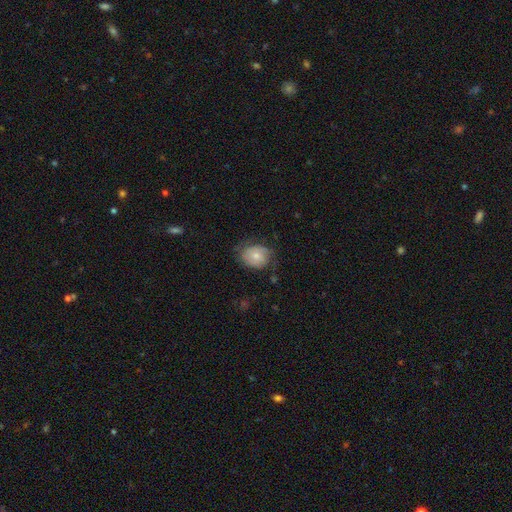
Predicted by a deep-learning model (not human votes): Smooth or featured? Predicted: smooth (p=0.64). How rounded? Predicted: in between (p=0.52). Merging? Predicted: none (p=0.59).